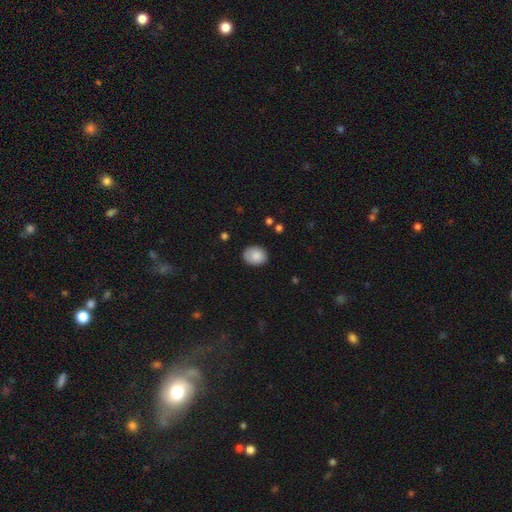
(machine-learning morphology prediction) This is clearly a smooth galaxy (86%). How rounded: possibly in between (53%). Merging: likely none (79%).